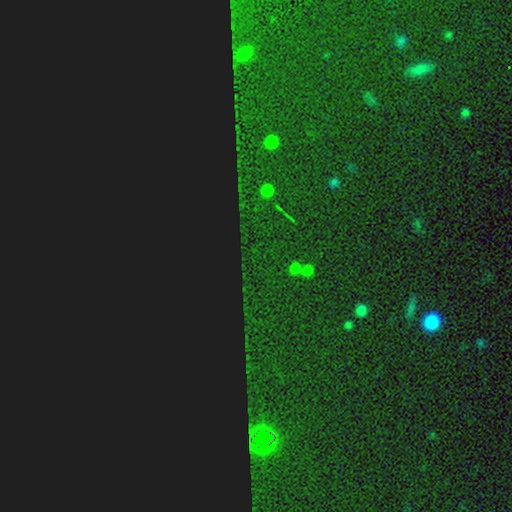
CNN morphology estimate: smooth-or-featured: star or artifact: 85% | smooth: 9% | featured or disk: 6%